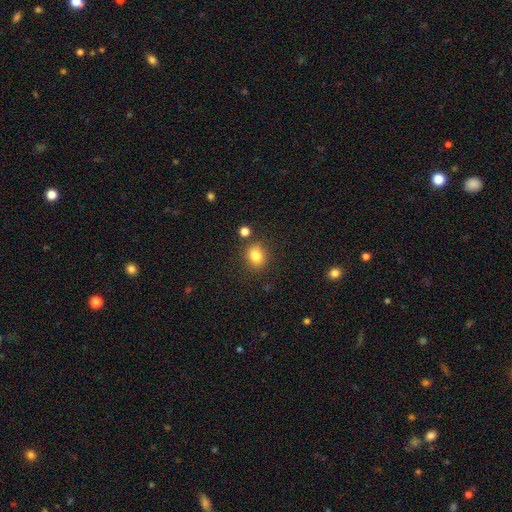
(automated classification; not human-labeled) The model was most divided on "how rounded": round: 67%, in between: 32%, cigar-shaped: 1%. More confident: smooth or featured — smooth (81%); merging — none (81%).